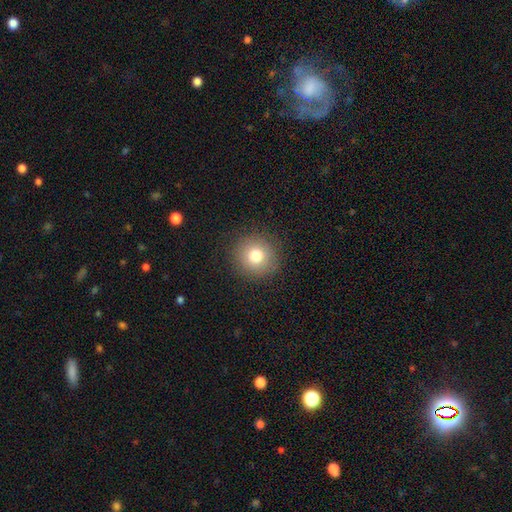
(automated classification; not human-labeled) smooth 78%, star or artifact 12%, featured or disk 10%. Down the decision tree: how rounded — round (94%); merging — none (90%).